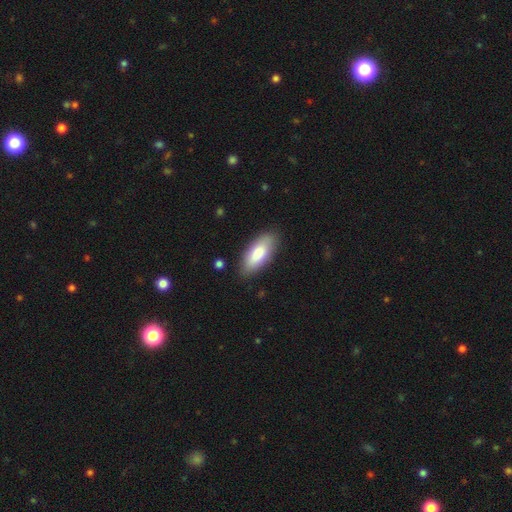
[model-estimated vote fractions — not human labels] Morphology: type=smooth (81%); roundness=in between (82%); merging=none (85%).